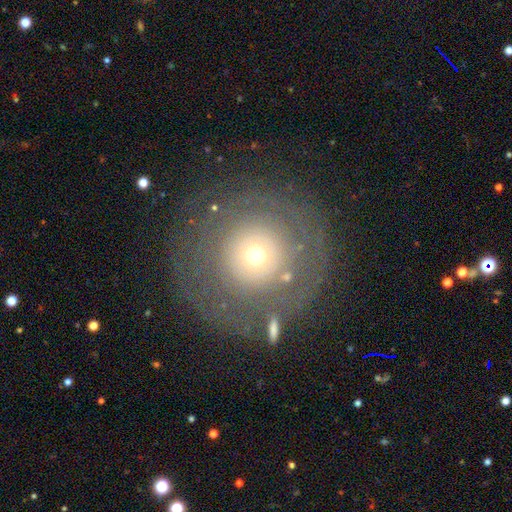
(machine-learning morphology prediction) This is possibly a featured or disk galaxy (56%). It is clearly not viewed edge-on (96%). Bar: clearly no (89%). Spiral arm pattern: possibly yes (56%). Central bulge: possibly small (56%). Merging: likely none (68%).